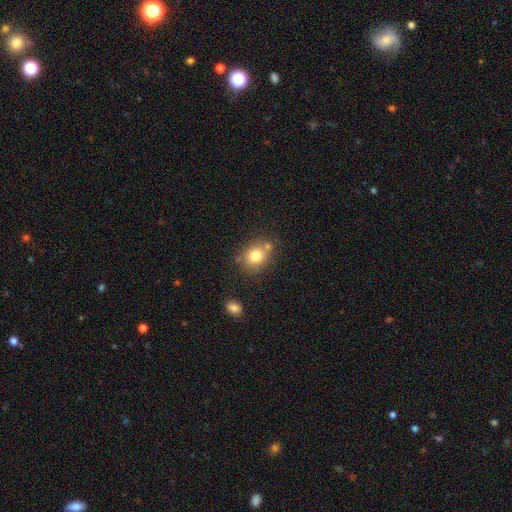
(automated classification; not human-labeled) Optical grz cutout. It shows a smooth galaxy with no disk features (77%) that is round (69%). Merging: none (66%).